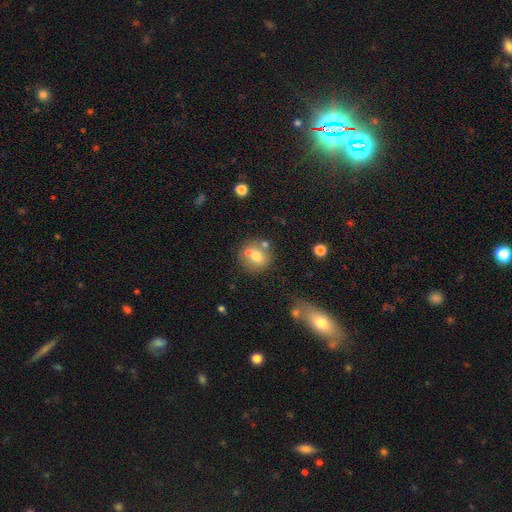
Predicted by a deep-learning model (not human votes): Q: Smooth or featured?
A: smooth (63%); runner-up: featured or disk (26%)
Q: How rounded?
A: round (79%); runner-up: in between (19%)
Q: Merging?
A: none (62%); runner-up: merger (21%)